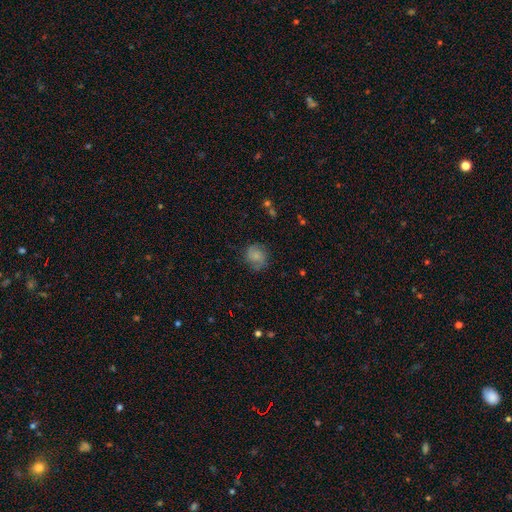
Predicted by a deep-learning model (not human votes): Smooth or featured? Predicted: smooth (p=0.66). How rounded? Predicted: round (p=0.77). Merging? Predicted: none (p=0.75).